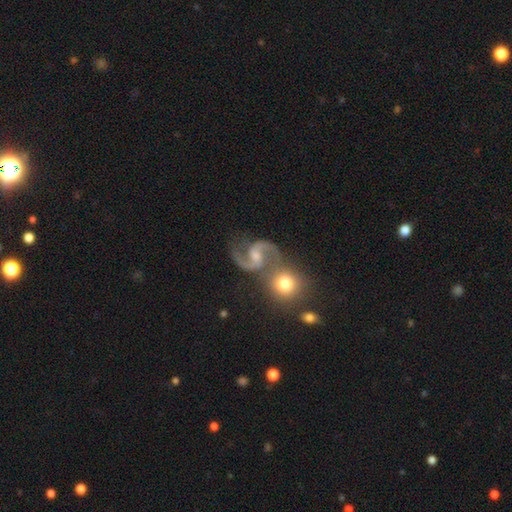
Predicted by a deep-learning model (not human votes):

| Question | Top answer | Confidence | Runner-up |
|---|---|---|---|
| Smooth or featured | featured or disk | 89% | smooth (6%) |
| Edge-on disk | no | 98% | yes (2%) |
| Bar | weak | 48% | no (37%) |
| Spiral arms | yes | 97% | no (3%) |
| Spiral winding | loose | 49% | medium (45%) |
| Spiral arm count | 2 | 94% | can't tell (2%) |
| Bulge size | moderate | 43% | small (40%) |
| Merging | none | 54% | merger (25%) |